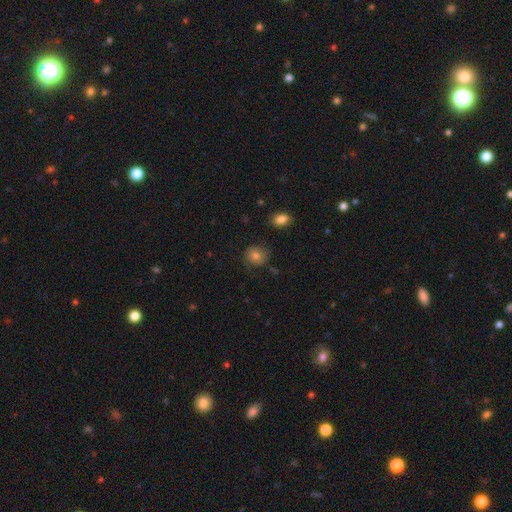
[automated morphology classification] Smooth or featured?
  - smooth: 74% *
  - featured or disk: 16%
  - star or artifact: 10%
How rounded?
  - round: 79% *
  - in between: 20%
  - cigar-shaped: 1%
Merging?
  - none: 73% *
  - minor disturbance: 19%
  - major disturbance: 6%
  - merger: 2%